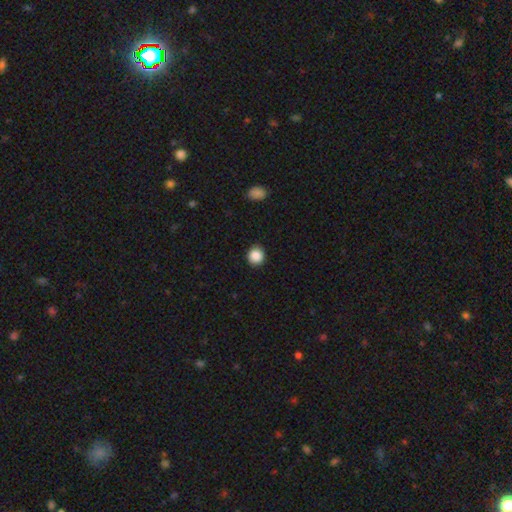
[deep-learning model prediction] This is clearly a smooth galaxy (88%). How rounded: clearly round (90%). Merging: clearly none (90%).